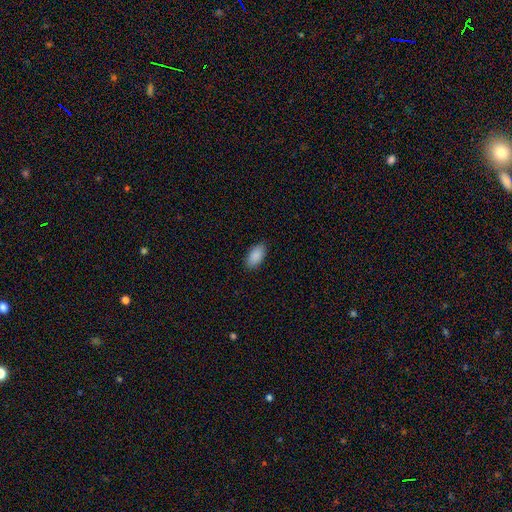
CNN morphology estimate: Smooth or featured? Predicted: smooth (p=0.90). How rounded? Predicted: in between (p=0.95). Merging? Predicted: none (p=0.88).